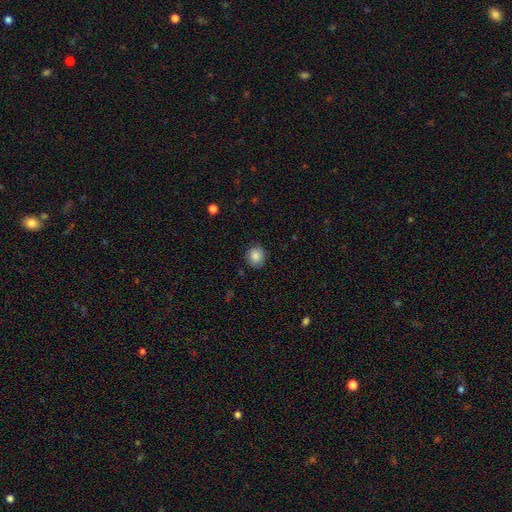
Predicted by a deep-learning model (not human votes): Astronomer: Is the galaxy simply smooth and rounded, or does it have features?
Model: smooth — 87%.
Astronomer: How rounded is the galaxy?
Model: round — 83%.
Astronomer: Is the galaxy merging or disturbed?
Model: none — 86%.